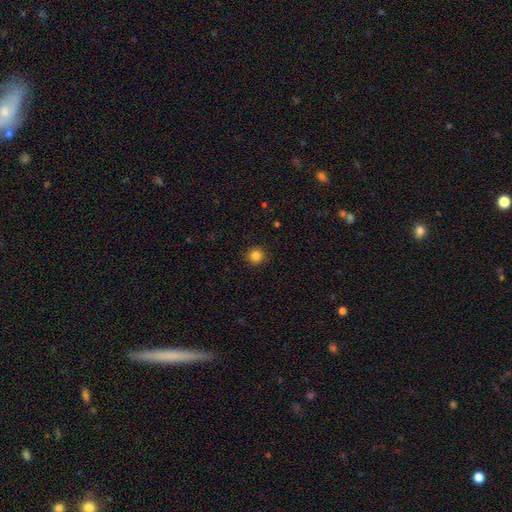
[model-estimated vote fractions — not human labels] A smooth galaxy with no disk features (85%) that is round (94%).

Vote fractions:
- Smooth or featured? smooth: 85% / star or artifact: 11% / featured or disk: 4%
- How rounded? round: 94% / in between: 5% / cigar-shaped: 1%
- Merging? none: 92% / minor disturbance: 6% / major disturbance: 2% / merger: 1%